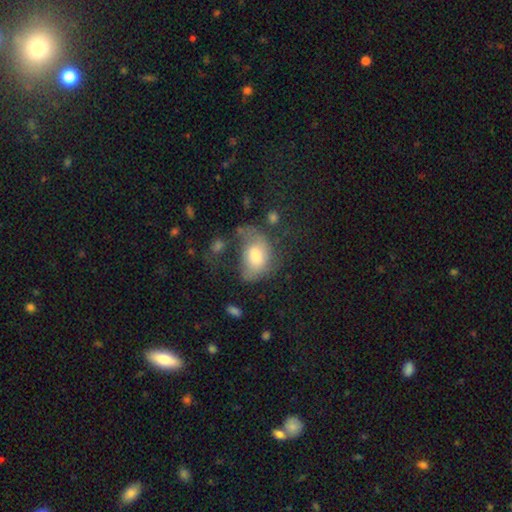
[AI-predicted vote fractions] This appears to be a smooth galaxy with no disk features (64%) that is in between round and cigar-shaped (75%). Merging: major disturbance (36%).